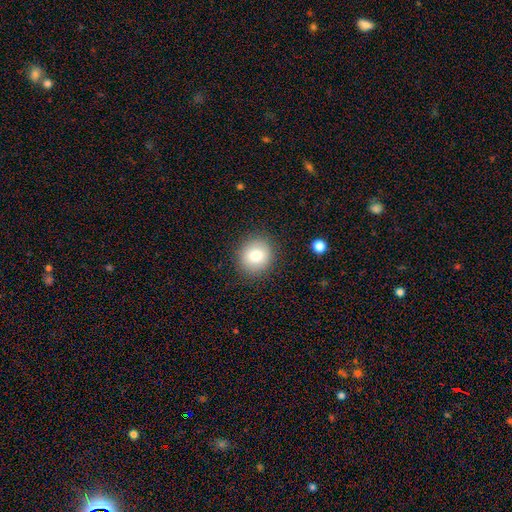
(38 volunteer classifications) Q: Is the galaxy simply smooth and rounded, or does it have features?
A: smooth — 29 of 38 (76%).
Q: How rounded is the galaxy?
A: round — 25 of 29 (86%).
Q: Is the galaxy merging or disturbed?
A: none — 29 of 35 (83%).